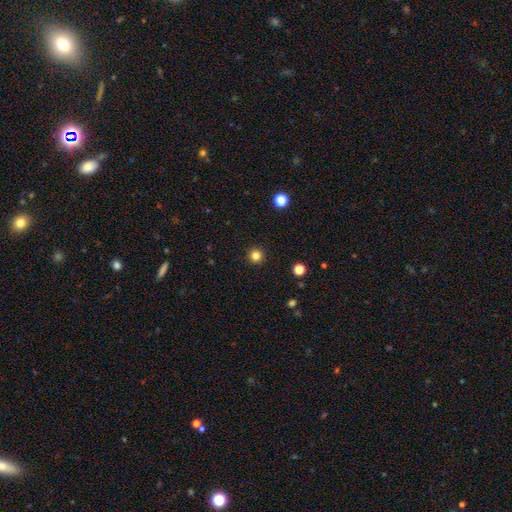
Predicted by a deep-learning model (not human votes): This is clearly a smooth galaxy (82%). How rounded: clearly round (96%). Merging: clearly none (93%).